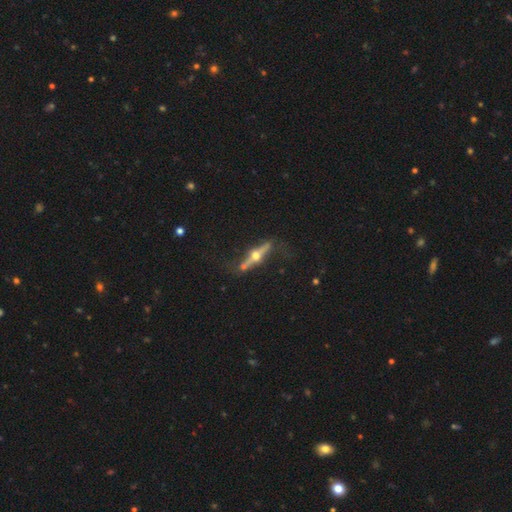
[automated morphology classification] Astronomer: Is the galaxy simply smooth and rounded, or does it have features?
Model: featured or disk — 80%.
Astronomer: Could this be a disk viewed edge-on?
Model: yes — 94%.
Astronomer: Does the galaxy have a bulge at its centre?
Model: rounded — 97%.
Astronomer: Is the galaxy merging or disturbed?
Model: none — 68%.